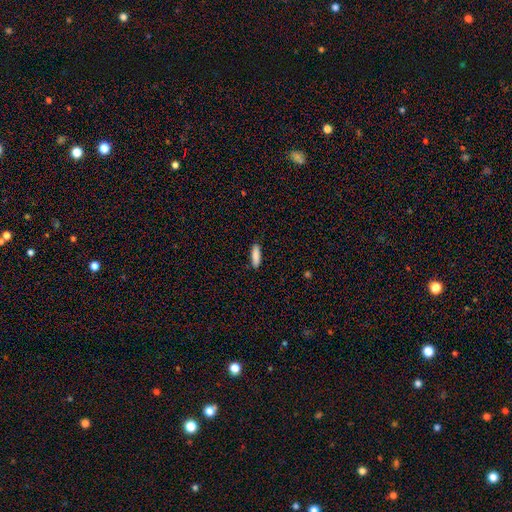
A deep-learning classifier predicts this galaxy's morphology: A smooth galaxy with no disk features (87%) that is cigar-shaped (64%). Merging: none (89%).